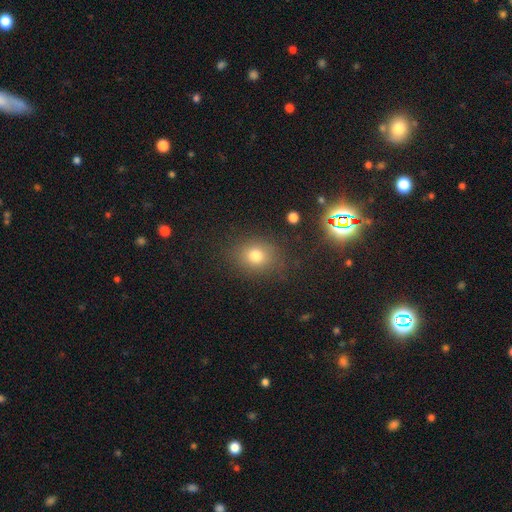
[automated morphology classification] smooth-or-featured: smooth: 75% | star or artifact: 17% | featured or disk: 8%
  how-rounded: round: 63% | in between: 35% | cigar-shaped: 1%
  merging: none: 82% | minor disturbance: 12% | major disturbance: 4% | merger: 2%